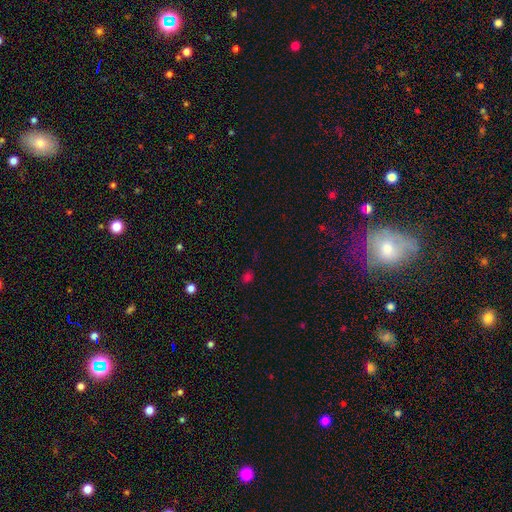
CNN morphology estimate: Smooth or featured: star or artifact — 50% (smooth — 44%)